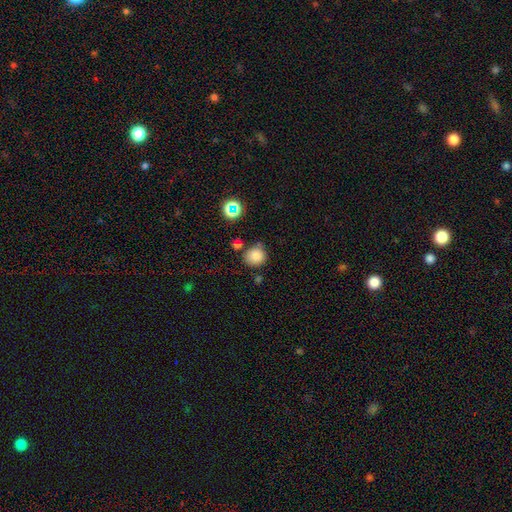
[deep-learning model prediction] Smooth or featured? Predicted: smooth (p=0.81). How rounded? Predicted: round (p=0.85). Merging? Predicted: none (p=0.72).